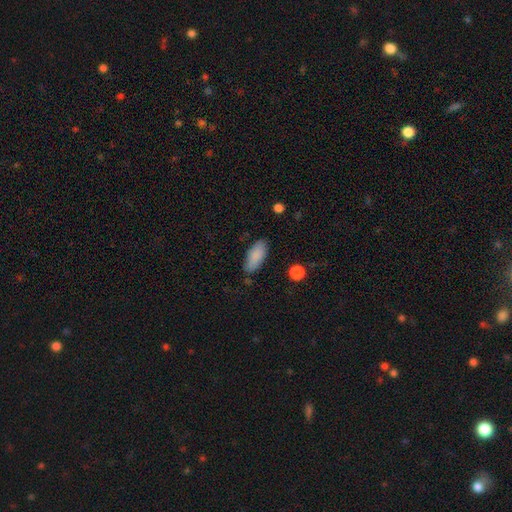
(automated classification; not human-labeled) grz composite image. It shows a smooth galaxy with no disk features (87%) that is in between round and cigar-shaped (84%). Merging: none (80%).